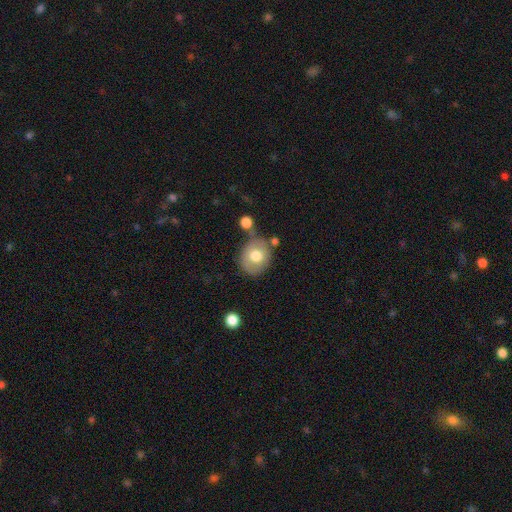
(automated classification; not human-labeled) Smooth or featured? smooth (71%)
How rounded? round (68%)
Merging? none (64%)